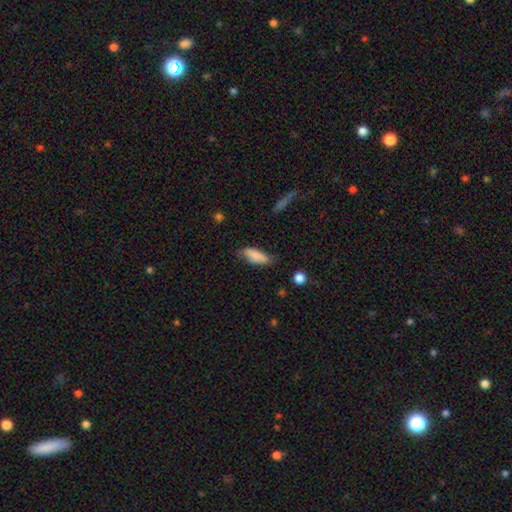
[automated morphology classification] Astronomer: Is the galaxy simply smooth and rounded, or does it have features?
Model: smooth — 80%.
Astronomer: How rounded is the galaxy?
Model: in between — 77%.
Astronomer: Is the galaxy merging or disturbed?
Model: none — 64%.